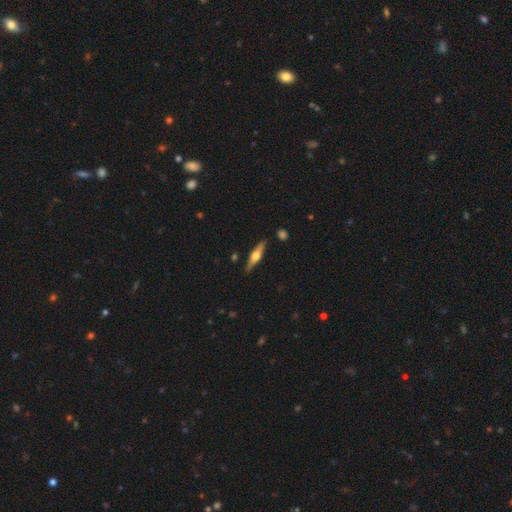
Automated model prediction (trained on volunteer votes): smooth-or-featured: featured or disk: 68% | smooth: 27% | star or artifact: 5%
  disk-edge-on: yes: 97% | no: 3%
    edge-on-bulge: rounded: 92% | boxy: 6% | none: 2%
  merging: none: 88% | minor disturbance: 8% | merger: 2% | major disturbance: 2%